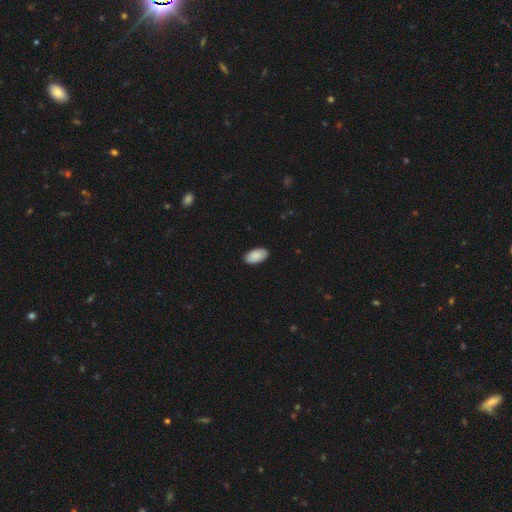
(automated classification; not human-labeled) The model was most divided on "merging": none: 89%, minor disturbance: 8%, major disturbance: 2%, merger: 1%. More confident: how rounded — in between (96%); smooth or featured — smooth (90%).